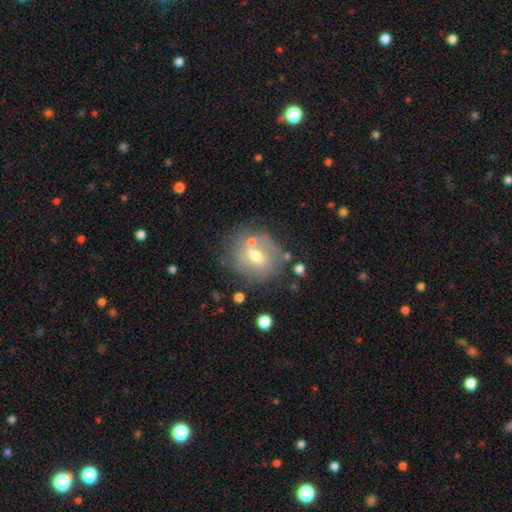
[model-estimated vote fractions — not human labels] Smooth or featured? Predicted: smooth (p=0.45). Merging? Predicted: none (p=0.65).